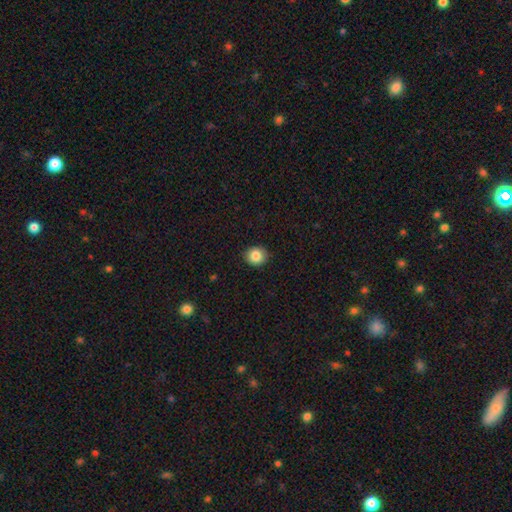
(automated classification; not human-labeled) This appears to be a smooth galaxy with no disk features (85%) that is round (77%). Merging: none (89%).